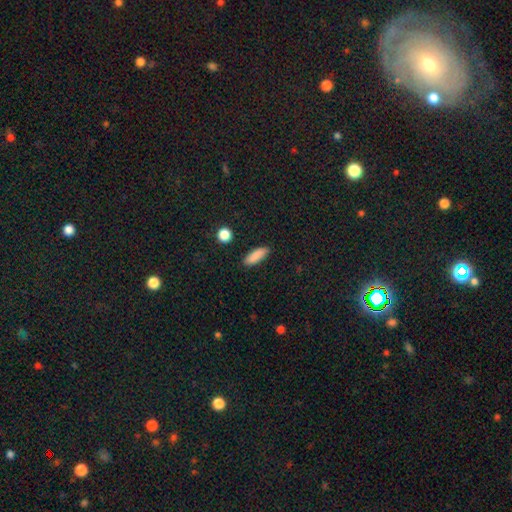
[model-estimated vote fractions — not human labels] Smooth or featured? smooth (87%)
How rounded? in between (53%)
Merging? none (88%)